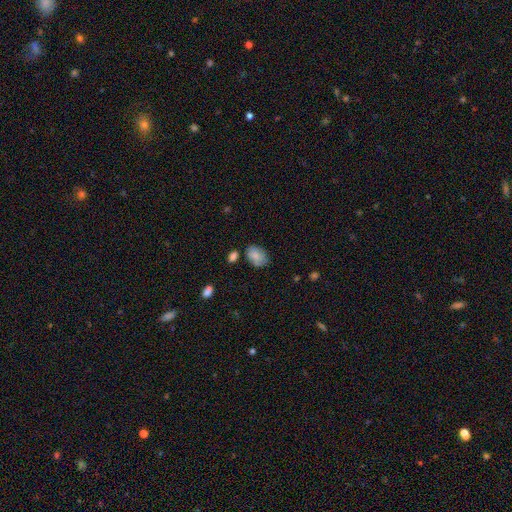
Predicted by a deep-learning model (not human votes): Smooth or featured: smooth — 73% (featured or disk — 19%)
How rounded: in between — 81% (round — 18%)
Merging: none — 60% (minor disturbance — 27%)